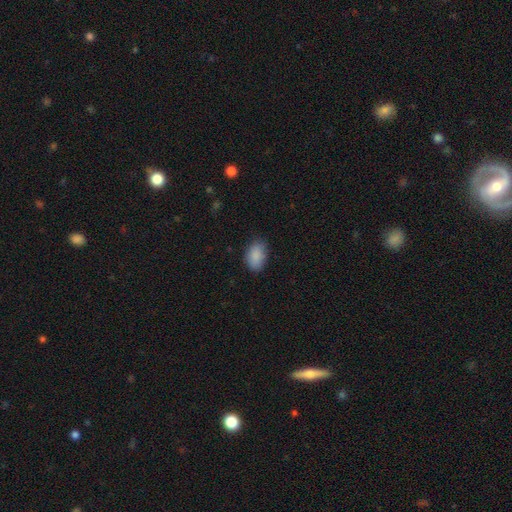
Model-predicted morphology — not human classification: smooth 88%, star or artifact 7%, featured or disk 5%. Down the decision tree: how rounded — in between (91%); merging — none (77%).